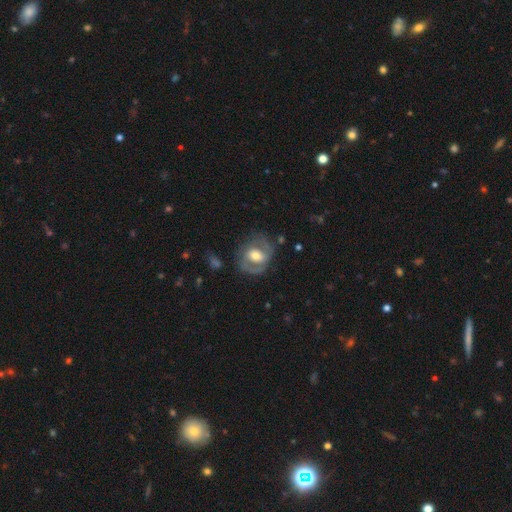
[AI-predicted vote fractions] This is likely a featured or disk galaxy (68%). It is clearly not viewed edge-on (96%). Bar: marginally weak (42%). Spiral arm pattern: likely yes (75%). Central bulge: likely moderate (67%). Merging: likely none (64%).